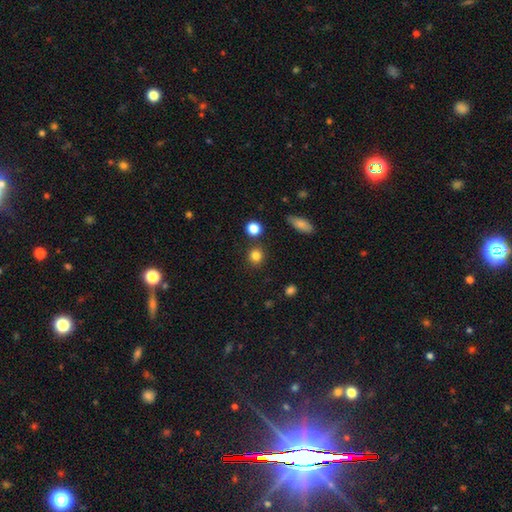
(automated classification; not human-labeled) Morphology: type=smooth (83%); roundness=round (88%); merging=none (85%).